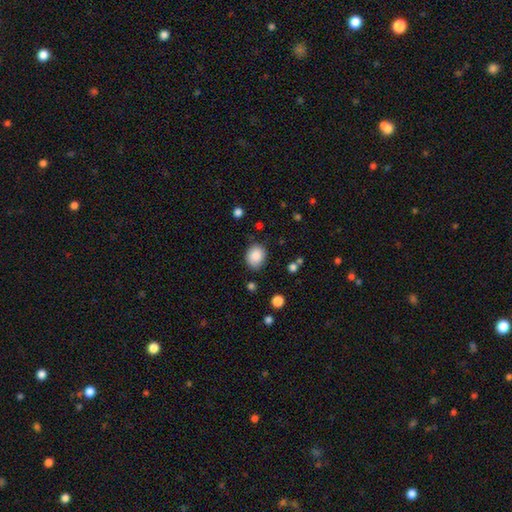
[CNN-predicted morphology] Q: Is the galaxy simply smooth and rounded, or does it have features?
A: smooth — 87%.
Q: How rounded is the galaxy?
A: round — 54%.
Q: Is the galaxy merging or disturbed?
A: none — 78%.